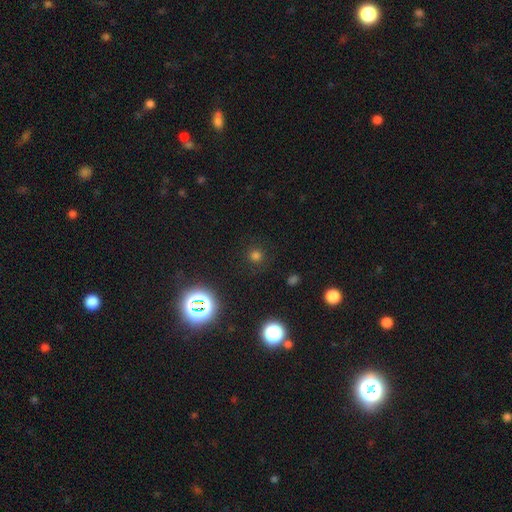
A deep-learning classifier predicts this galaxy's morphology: Smooth or featured?
  - smooth: 66% *
  - star or artifact: 28%
  - featured or disk: 5%
How rounded?
  - round: 93% *
  - in between: 6%
  - cigar-shaped: 1%
Merging?
  - none: 87% *
  - minor disturbance: 8%
  - major disturbance: 3%
  - merger: 2%